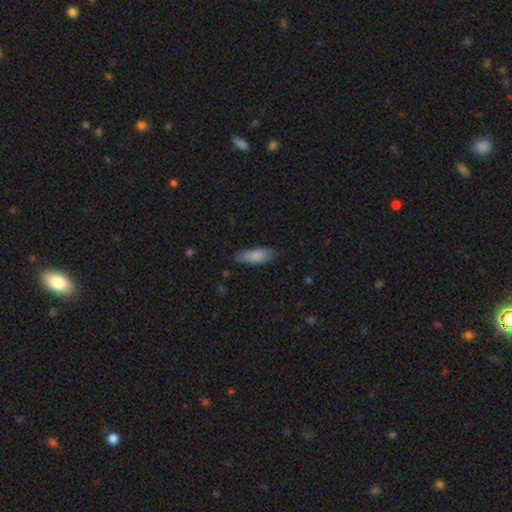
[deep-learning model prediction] This is clearly a smooth galaxy (85%). How rounded: likely in between (61%). Merging: likely none (76%).